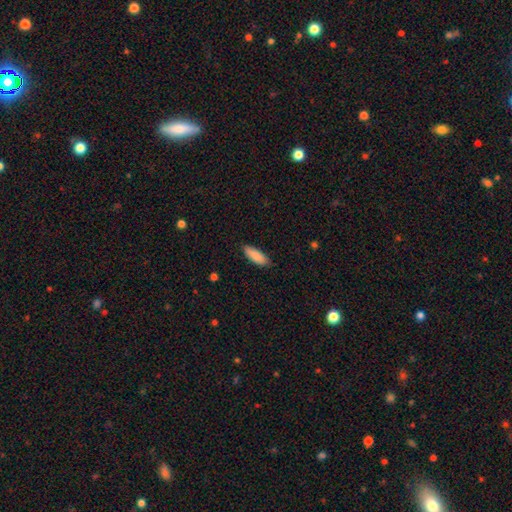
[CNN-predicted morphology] Smooth or featured?
  - smooth: 88% *
  - featured or disk: 6%
  - star or artifact: 6%
How rounded?
  - in between: 61% *
  - cigar-shaped: 37%
  - round: 2%
Merging?
  - none: 85% *
  - minor disturbance: 12%
  - major disturbance: 2%
  - merger: 1%